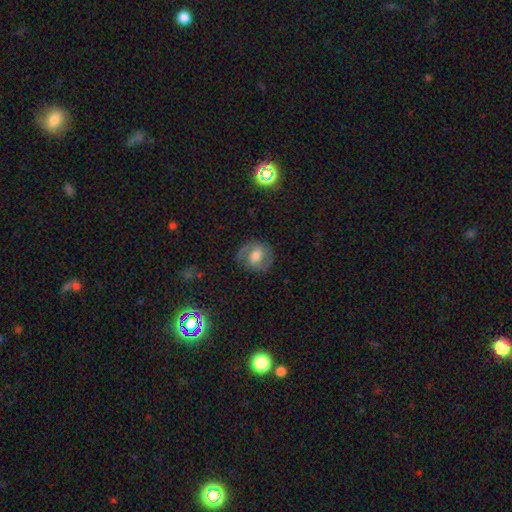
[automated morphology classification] featured or disk 63%, smooth 27%, star or artifact 10%. Down the decision tree: edge-on disk — no (97%); bar — weak (47%); spiral arms — yes (87%); spiral arm count — 2 (84%); spiral winding — medium (50%); bulge size — moderate (62%); merging — none (78%).